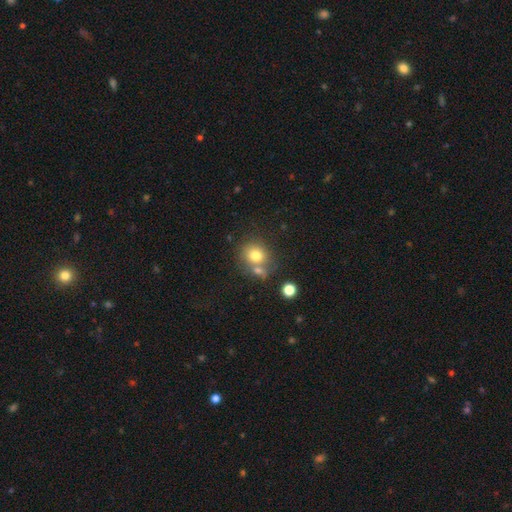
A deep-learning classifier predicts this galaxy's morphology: This is likely a smooth galaxy (77%). How rounded: likely round (79%). Merging: possibly none (53%).